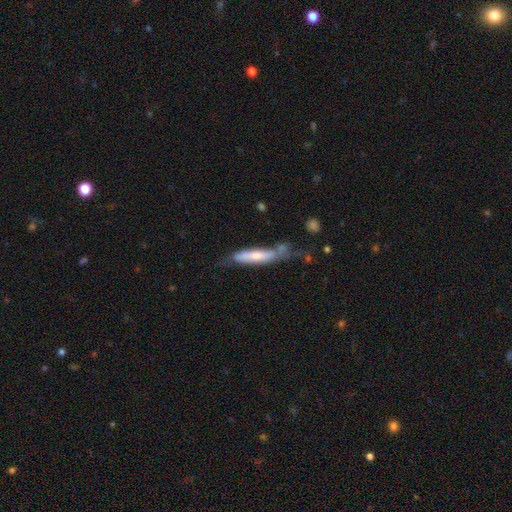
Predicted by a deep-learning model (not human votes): A smooth galaxy with no disk features (59%) that is cigar-shaped (81%). Merging: none (42%).